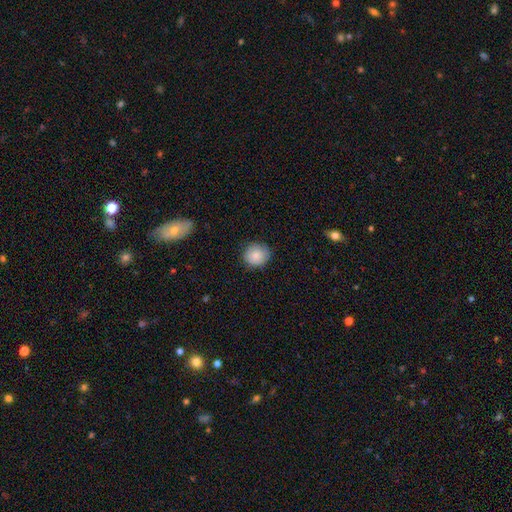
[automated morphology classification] Smooth or featured?
  - smooth: 83% *
  - featured or disk: 9%
  - star or artifact: 8%
How rounded?
  - round: 86% *
  - in between: 13%
  - cigar-shaped: 1%
Merging?
  - none: 82% *
  - minor disturbance: 14%
  - major disturbance: 3%
  - merger: 1%